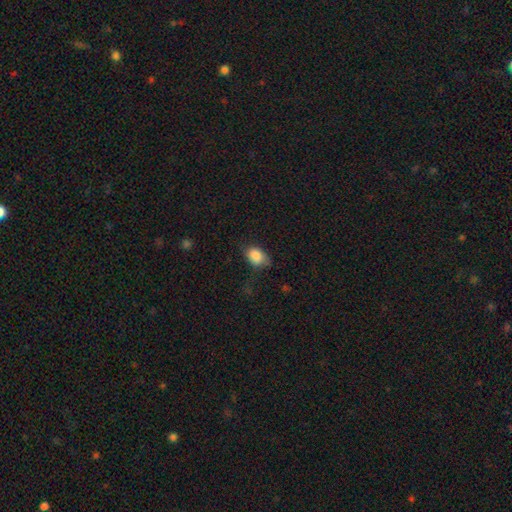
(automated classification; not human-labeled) smooth_or_featured: smooth (p=0.85) [alt: star or artifact p=0.08]
how_rounded: in between (p=0.78) [alt: round p=0.21]
merging: none (p=0.56) [alt: minor disturbance p=0.31]